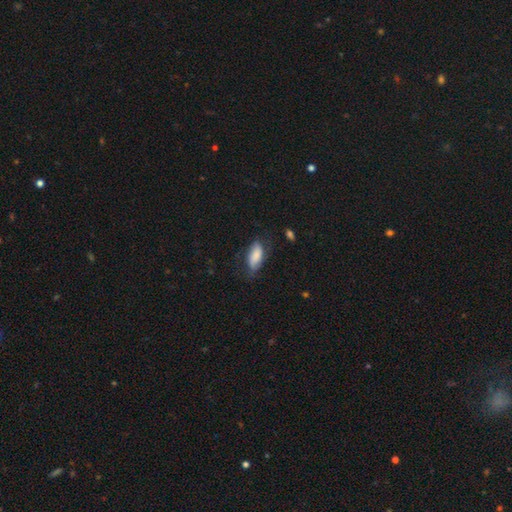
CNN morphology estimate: A smooth galaxy with no disk features (76%) that is in between round and cigar-shaped (86%).

Vote fractions:
- Smooth or featured? smooth: 76% / featured or disk: 17% / star or artifact: 7%
- How rounded? in between: 86% / cigar-shaped: 11% / round: 3%
- Merging? none: 61% / minor disturbance: 27% / major disturbance: 10% / merger: 2%